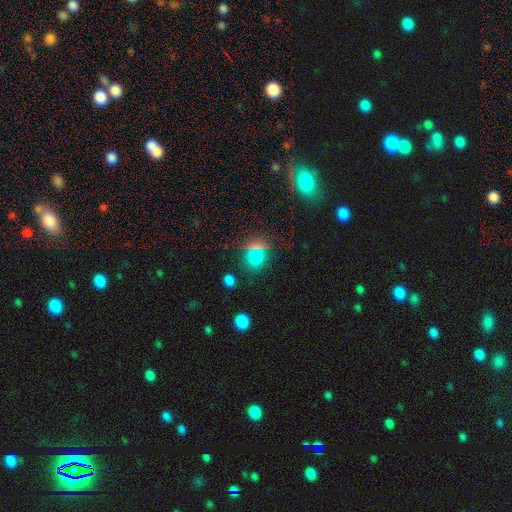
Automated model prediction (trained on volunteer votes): Smooth or featured?
  - smooth: 67% *
  - star or artifact: 26%
  - featured or disk: 7%
How rounded?
  - round: 71% *
  - in between: 27%
  - cigar-shaped: 2%
Merging?
  - none: 78% *
  - minor disturbance: 11%
  - merger: 7%
  - major disturbance: 5%